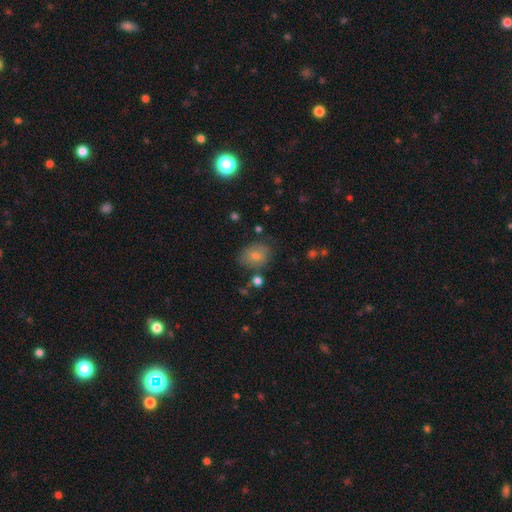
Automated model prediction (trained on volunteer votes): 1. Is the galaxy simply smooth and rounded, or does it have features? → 77% smooth, 13% featured or disk, 10% star or artifact.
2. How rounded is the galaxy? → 54% in between, 45% round, 1% cigar-shaped.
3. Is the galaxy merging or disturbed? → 69% none, 20% minor disturbance, 6% major disturbance, 5% merger.